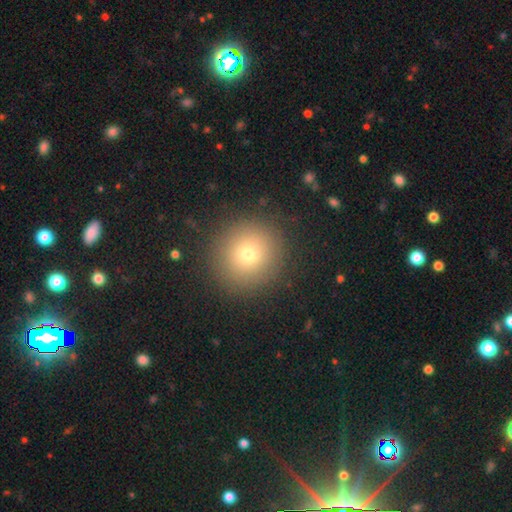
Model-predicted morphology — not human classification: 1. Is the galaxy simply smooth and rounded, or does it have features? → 74% smooth, 14% star or artifact, 11% featured or disk.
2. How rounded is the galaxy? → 93% round, 6% in between, 1% cigar-shaped.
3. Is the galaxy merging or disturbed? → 89% none, 7% minor disturbance, 3% major disturbance, 1% merger.